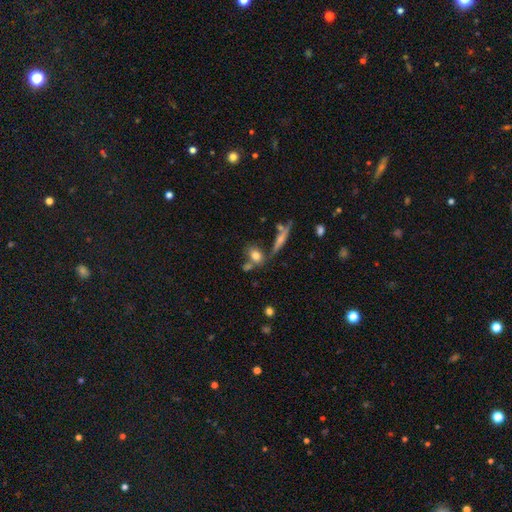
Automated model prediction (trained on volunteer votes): A smooth galaxy with no disk features (74%) that is in between round and cigar-shaped (59%). Merging: none (56%).